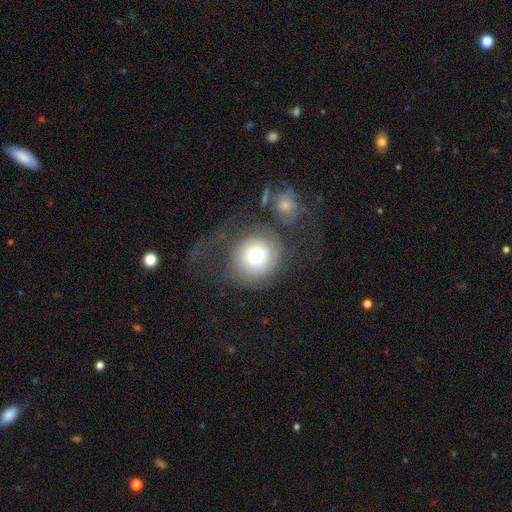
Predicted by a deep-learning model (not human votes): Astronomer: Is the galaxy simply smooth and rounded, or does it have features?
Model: smooth — 52% (runner-up: featured or disk, 39%).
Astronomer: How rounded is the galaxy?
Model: round — 87%.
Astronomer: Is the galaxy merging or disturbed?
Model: none — 49% (runner-up: major disturbance, 26%).